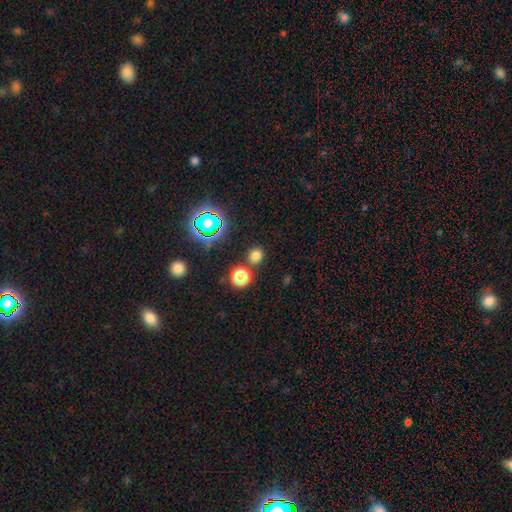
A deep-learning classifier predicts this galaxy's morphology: Q: Smooth or featured?
A: smooth (72%); runner-up: star or artifact (22%)
Q: How rounded?
A: round (82%); runner-up: in between (17%)
Q: Merging?
A: none (79%); runner-up: merger (11%)